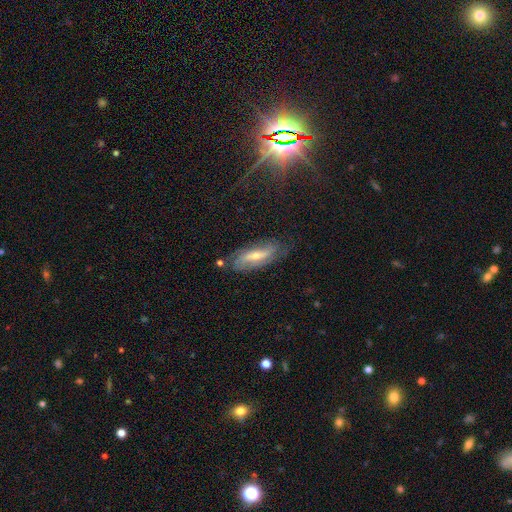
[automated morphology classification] This appears to be a featured or disk galaxy (59%). Merging: none (68%).